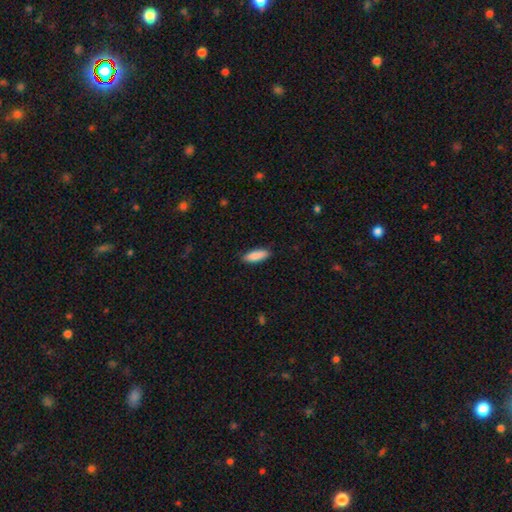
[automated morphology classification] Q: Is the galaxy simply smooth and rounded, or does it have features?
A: smooth — 88%.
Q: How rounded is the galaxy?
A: in between — 57%.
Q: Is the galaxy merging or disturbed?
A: none — 86%.